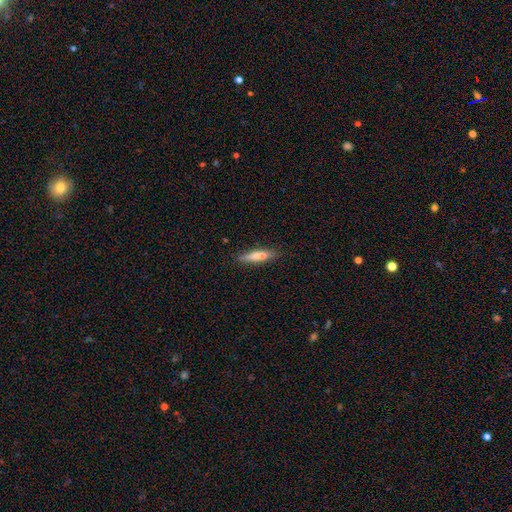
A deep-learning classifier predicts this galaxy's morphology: Smooth or featured: smooth — 63% (featured or disk — 29%)
How rounded: cigar-shaped — 84% (in between — 14%)
Merging: none — 77% (minor disturbance — 13%)